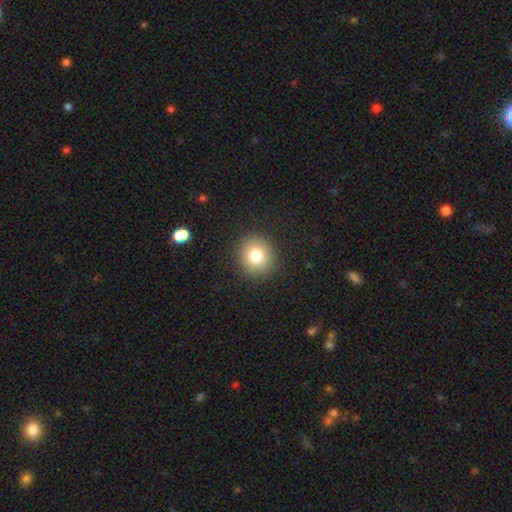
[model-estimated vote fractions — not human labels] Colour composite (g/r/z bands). It shows a smooth galaxy with no disk features (82%) that is round (88%). Merging: none (90%).